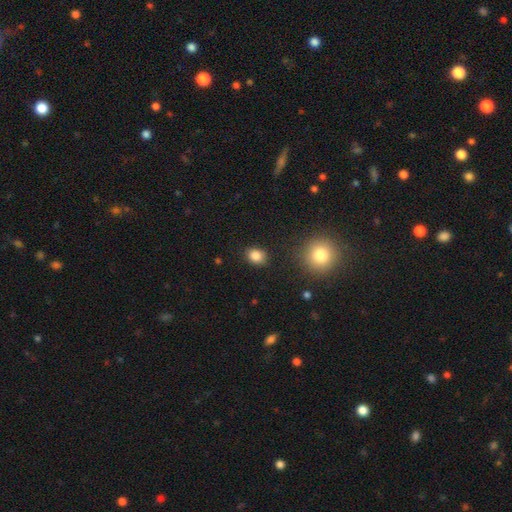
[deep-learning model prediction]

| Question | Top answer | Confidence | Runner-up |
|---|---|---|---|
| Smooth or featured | smooth | 85% | star or artifact (10%) |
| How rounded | in between | 52% | round (47%) |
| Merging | none | 87% | minor disturbance (9%) |